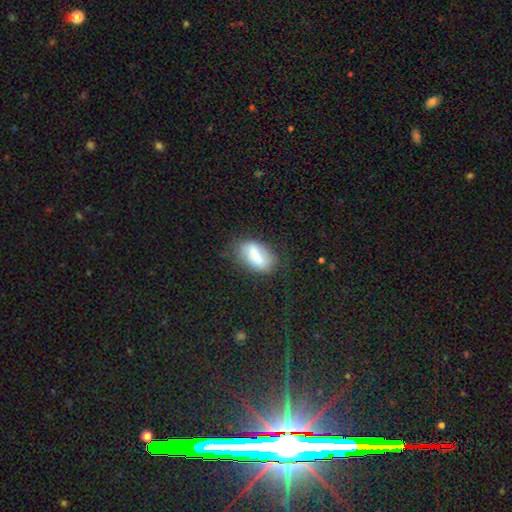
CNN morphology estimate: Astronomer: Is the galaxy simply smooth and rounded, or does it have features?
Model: smooth — 64%.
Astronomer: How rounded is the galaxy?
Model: in between — 89%.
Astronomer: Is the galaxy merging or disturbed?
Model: none — 63%.